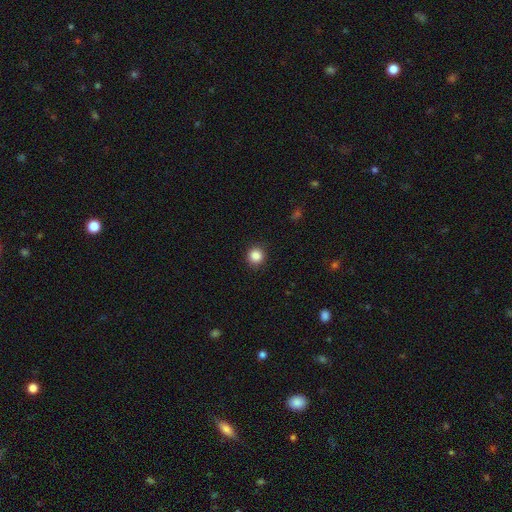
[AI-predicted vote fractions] Smooth or featured: smooth — 86% (star or artifact — 10%)
How rounded: round — 92% (in between — 7%)
Merging: none — 90% (minor disturbance — 7%)